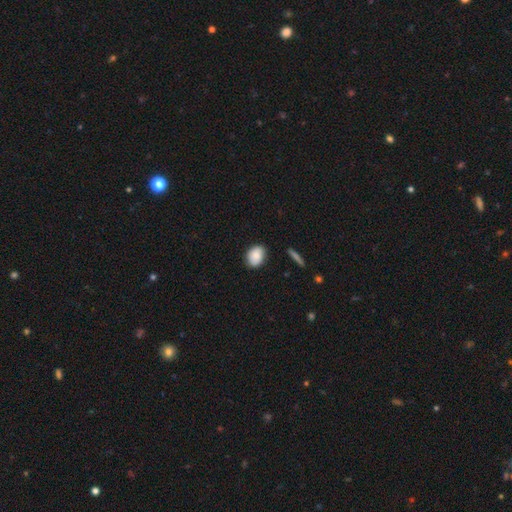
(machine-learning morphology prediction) Overall: smooth (84%). How rounded: in between (70%). Merging: none (80%).